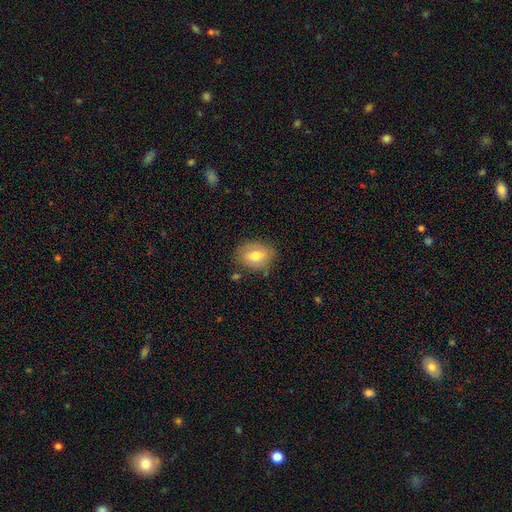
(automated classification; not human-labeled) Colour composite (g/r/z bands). It shows a smooth galaxy with no disk features (70%) that is in between round and cigar-shaped (66%). Merging: none (76%).